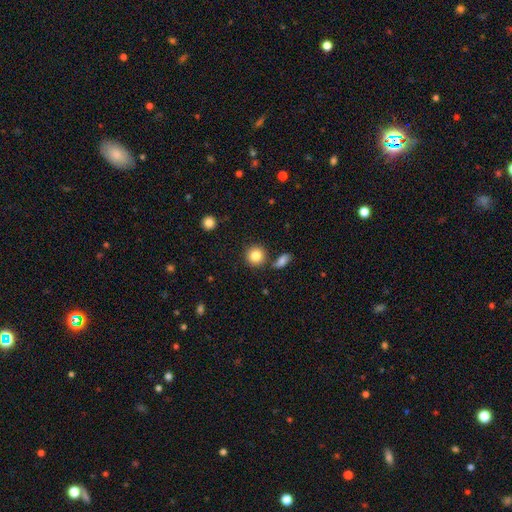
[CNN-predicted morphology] Smooth or featured?
  - smooth: 83% *
  - star or artifact: 9%
  - featured or disk: 7%
How rounded?
  - round: 90% *
  - in between: 9%
  - cigar-shaped: 1%
Merging?
  - none: 79% *
  - minor disturbance: 9%
  - merger: 9%
  - major disturbance: 3%